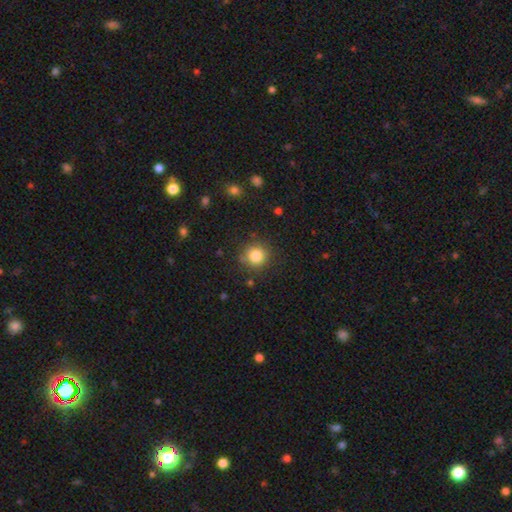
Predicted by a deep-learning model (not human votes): A smooth galaxy with no disk features (83%) that is round (93%).

Vote fractions:
- Smooth or featured? smooth: 83% / star or artifact: 12% / featured or disk: 5%
- How rounded? round: 93% / in between: 6% / cigar-shaped: 1%
- Merging? none: 85% / minor disturbance: 9% / major disturbance: 3% / merger: 2%